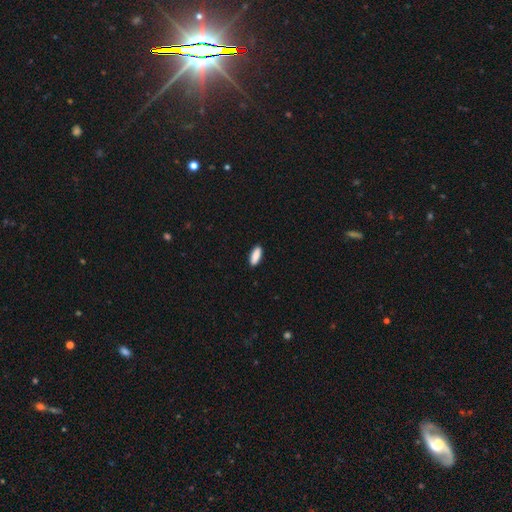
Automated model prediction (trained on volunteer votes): Smooth or featured: smooth — 90% (star or artifact — 6%)
How rounded: in between — 71% (cigar-shaped — 27%)
Merging: none — 90% (minor disturbance — 8%)